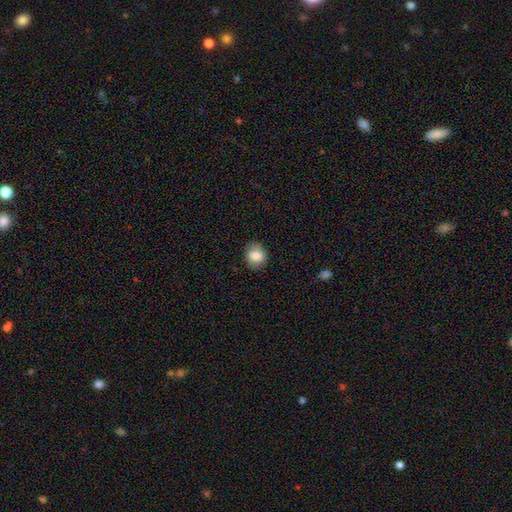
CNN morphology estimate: Overall: smooth (73%). How rounded: round (64%; in between 35%). Merging: none (78%).